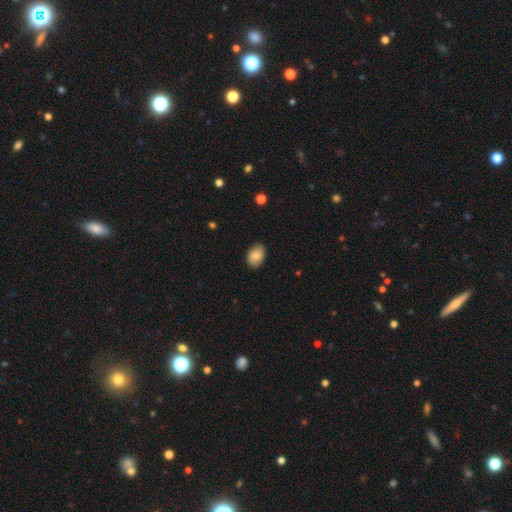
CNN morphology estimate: This appears to be a smooth galaxy with no disk features (81%) that is in between round and cigar-shaped (82%). Merging: none (85%).